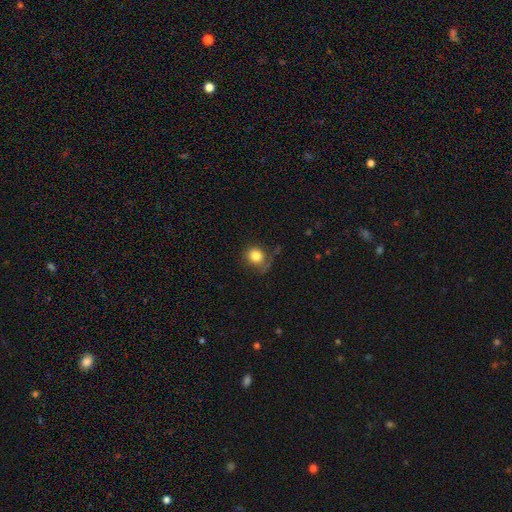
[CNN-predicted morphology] smooth 82%, star or artifact 10%, featured or disk 8%. Down the decision tree: how rounded — round (82%); merging — none (59%).